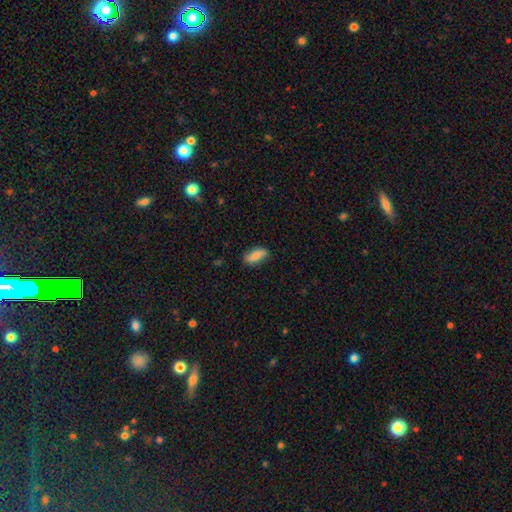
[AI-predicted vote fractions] smooth 77%, featured or disk 16%, star or artifact 7%. Down the decision tree: how rounded — in between (83%); merging — none (81%).